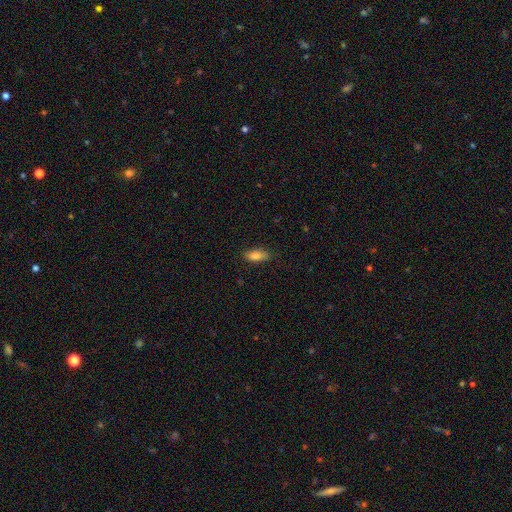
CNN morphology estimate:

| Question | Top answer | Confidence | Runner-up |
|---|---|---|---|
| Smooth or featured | smooth | 83% | featured or disk (9%) |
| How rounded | in between | 80% | cigar-shaped (18%) |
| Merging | none | 83% | minor disturbance (14%) |